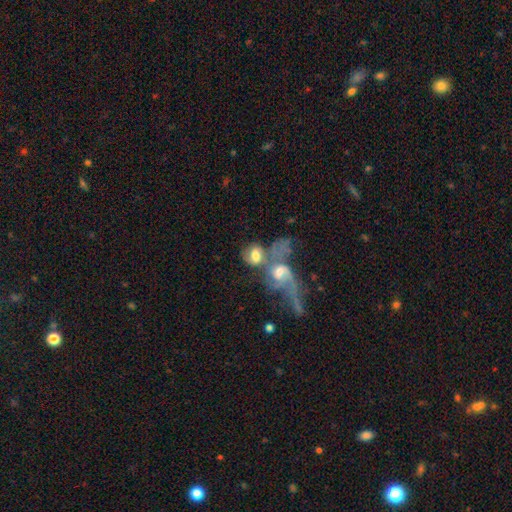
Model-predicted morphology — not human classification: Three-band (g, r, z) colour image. It shows a featured or disk galaxy (49%). Merging: merger (67%).